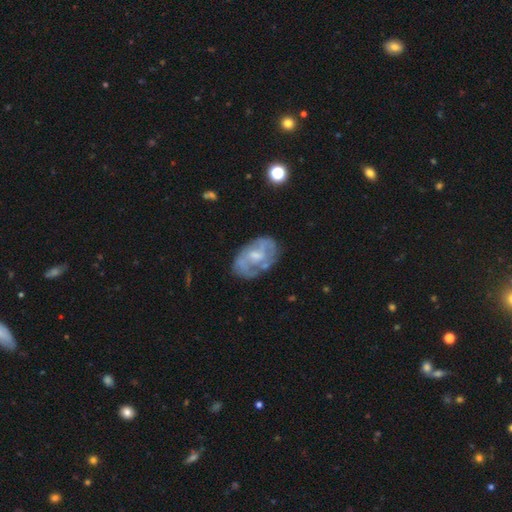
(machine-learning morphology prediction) This is likely a featured or disk galaxy (68%). It is clearly not viewed edge-on (96%). Bar: possibly no (56%). Spiral arm pattern: likely yes (64%). Central bulge: marginally moderate (42%). Merging: possibly none (60%).